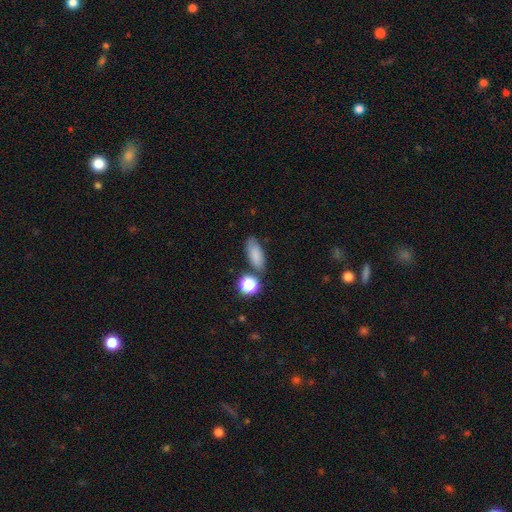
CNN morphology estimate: Smooth or featured?
  - smooth: 81% *
  - star or artifact: 10%
  - featured or disk: 9%
How rounded?
  - in between: 80% *
  - cigar-shaped: 12%
  - round: 7%
Merging?
  - none: 68% *
  - minor disturbance: 17%
  - merger: 11%
  - major disturbance: 5%